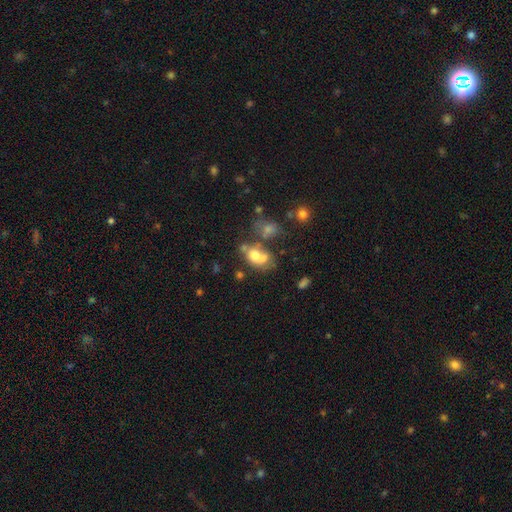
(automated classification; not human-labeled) Q: Smooth or featured?
A: smooth (64%); runner-up: featured or disk (23%)
Q: How rounded?
A: in between (59%); runner-up: round (39%)
Q: Merging?
A: merger (45%); runner-up: none (32%)